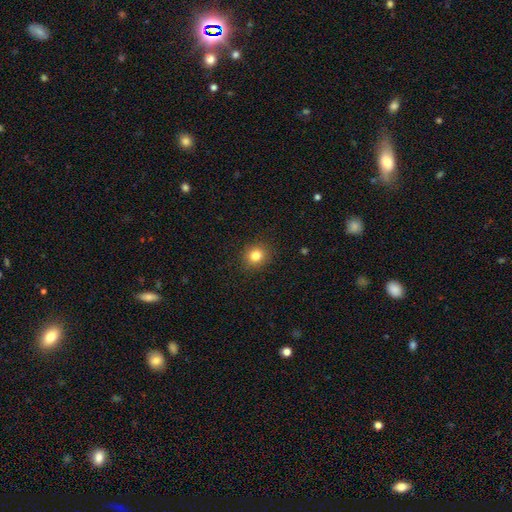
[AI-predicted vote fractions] Smooth or featured?
  - smooth: 83% *
  - star or artifact: 11%
  - featured or disk: 6%
How rounded?
  - round: 81% *
  - in between: 18%
  - cigar-shaped: 1%
Merging?
  - none: 90% *
  - minor disturbance: 7%
  - major disturbance: 2%
  - merger: 1%